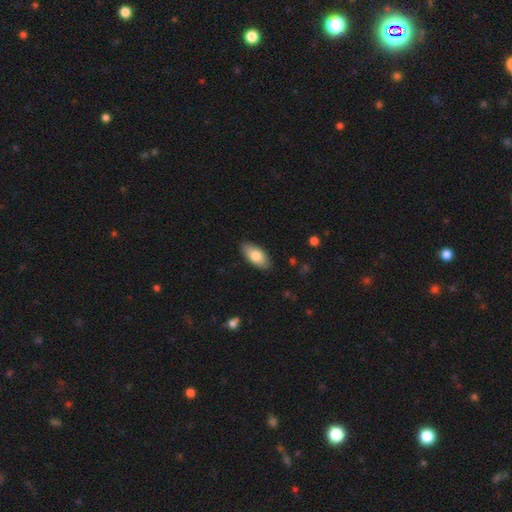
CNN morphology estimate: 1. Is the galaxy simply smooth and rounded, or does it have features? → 80% smooth, 14% featured or disk, 6% star or artifact.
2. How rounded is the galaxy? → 91% in between, 7% cigar-shaped, 2% round.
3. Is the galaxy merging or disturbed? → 87% none, 10% minor disturbance, 2% major disturbance, 1% merger.